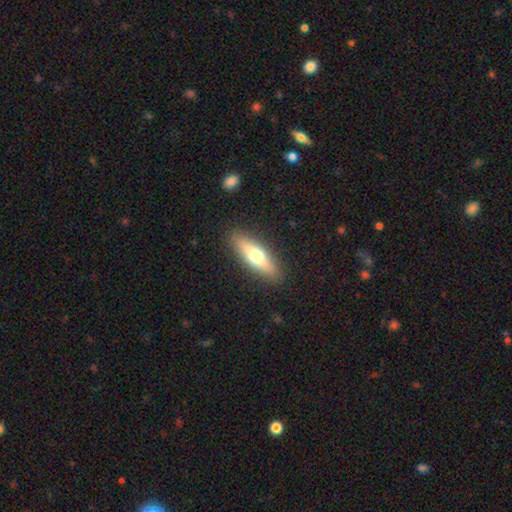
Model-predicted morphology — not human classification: A smooth galaxy with no disk features (54%) that is cigar-shaped (64%). Merging: none (89%).